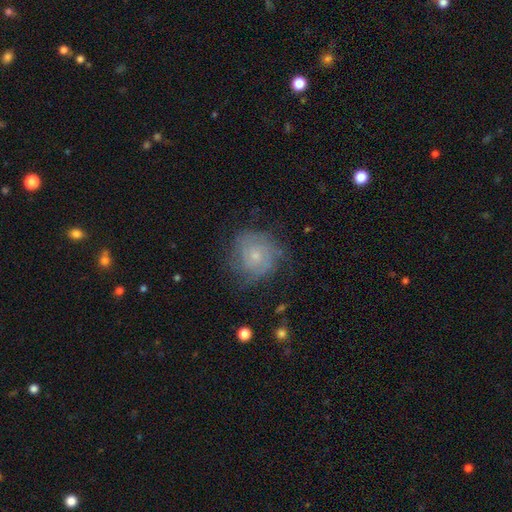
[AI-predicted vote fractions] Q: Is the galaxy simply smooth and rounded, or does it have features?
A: featured or disk — 62%.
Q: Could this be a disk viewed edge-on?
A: no — 98%.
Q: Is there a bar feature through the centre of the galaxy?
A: no — 81%.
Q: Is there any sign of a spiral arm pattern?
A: yes — 85%.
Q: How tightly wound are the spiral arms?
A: tight — 63%.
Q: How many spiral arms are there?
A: can't tell — 47%.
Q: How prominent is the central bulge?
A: small — 69%.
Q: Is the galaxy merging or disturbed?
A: none — 66%.